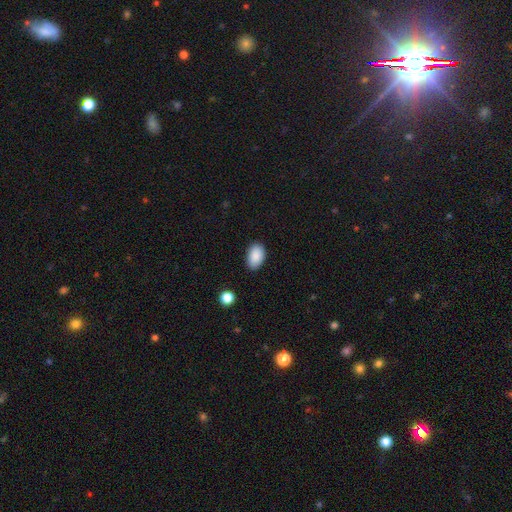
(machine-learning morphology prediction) smooth 89%, star or artifact 7%, featured or disk 4%. Down the decision tree: how rounded — in between (92%); merging — none (86%).